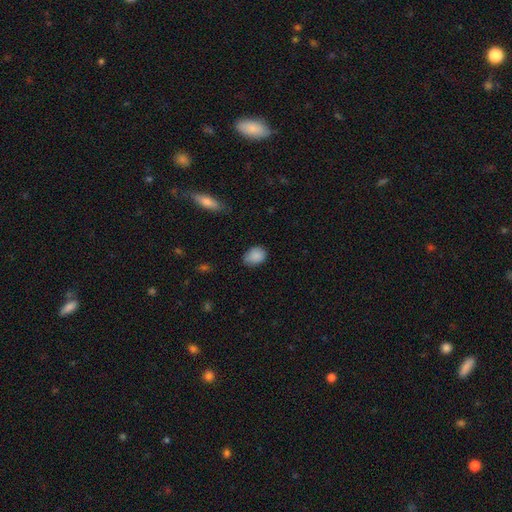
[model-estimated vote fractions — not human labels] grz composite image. It shows a smooth galaxy with no disk features (87%) that is in between round and cigar-shaped (64%). Merging: none (69%).